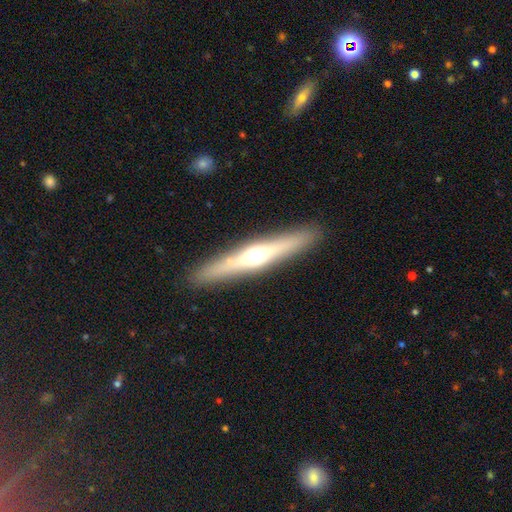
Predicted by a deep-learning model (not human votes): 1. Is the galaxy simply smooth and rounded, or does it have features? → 59% featured or disk, 35% smooth, 7% star or artifact.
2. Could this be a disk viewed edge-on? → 93% yes, 7% no.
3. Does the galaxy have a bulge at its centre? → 89% rounded, 7% none, 4% boxy.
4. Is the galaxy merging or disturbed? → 89% none, 8% minor disturbance, 2% major disturbance, 2% merger.